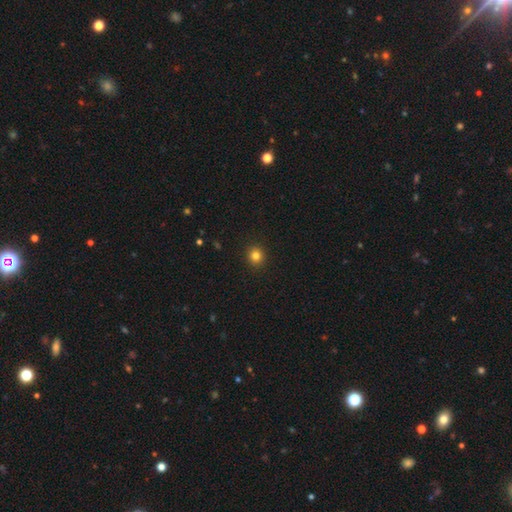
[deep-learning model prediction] smooth-or-featured: smooth: 82% | star or artifact: 13% | featured or disk: 5%
  how-rounded: round: 91% | in between: 8% | cigar-shaped: 1%
  merging: none: 93% | minor disturbance: 4% | major disturbance: 2% | merger: 1%